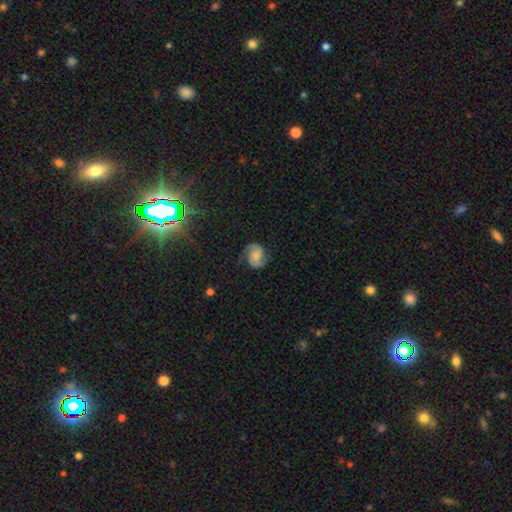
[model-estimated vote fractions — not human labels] This is likely a featured or disk galaxy (75%). It is clearly not viewed edge-on (98%). Bar: likely no (62%). Spiral arm pattern: clearly yes (96%). Spiral arm count: clearly 2 (91%). Spiral winding: possibly medium (50%). Central bulge: marginally small (35%). Merging: likely none (75%).